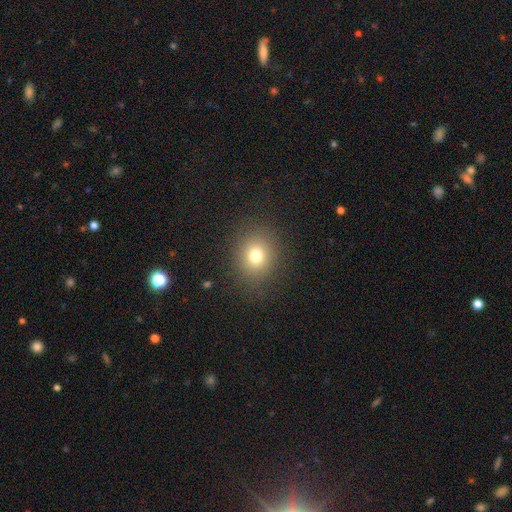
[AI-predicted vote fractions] The model was most divided on "how rounded": round: 77%, in between: 22%, cigar-shaped: 1%. More confident: merging — none (87%); smooth or featured — smooth (74%).